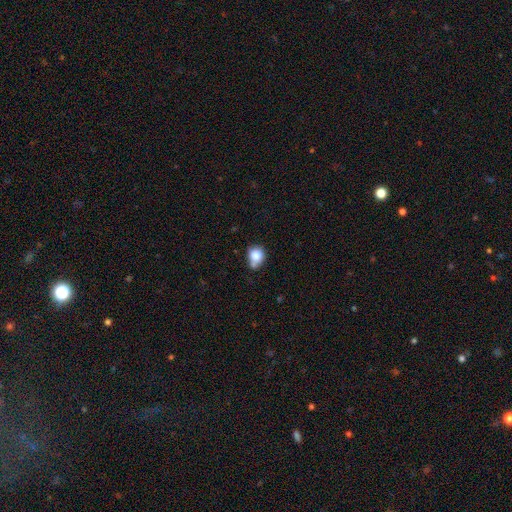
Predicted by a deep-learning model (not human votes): This appears to be a smooth galaxy with no disk features (80%) that is round (72%). Merging: none (49%).